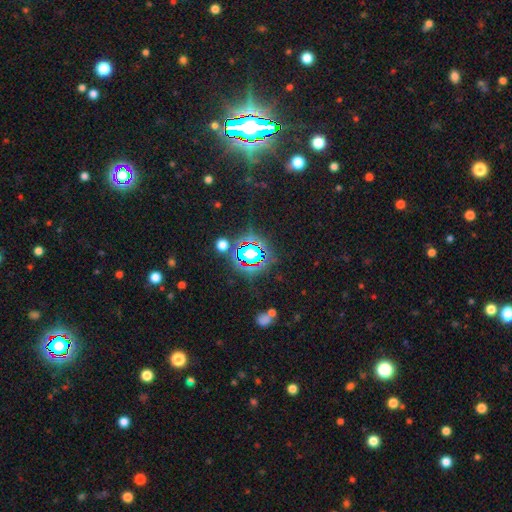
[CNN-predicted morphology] star or artifact 84%, smooth 9%, featured or disk 7%.